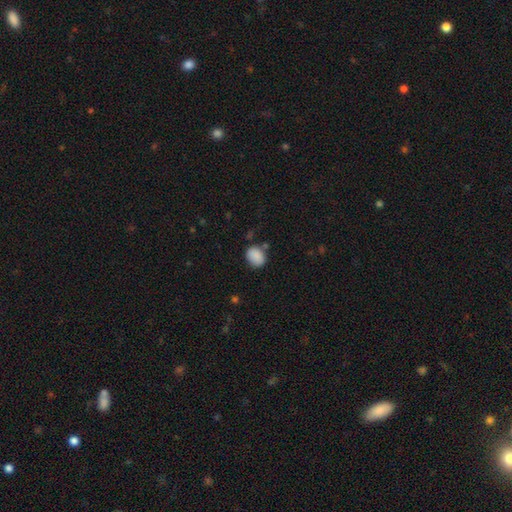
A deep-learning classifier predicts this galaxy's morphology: Q: Smooth or featured?
A: smooth (88%); runner-up: star or artifact (8%)
Q: How rounded?
A: in between (55%); runner-up: round (44%)
Q: Merging?
A: none (71%); runner-up: minor disturbance (19%)